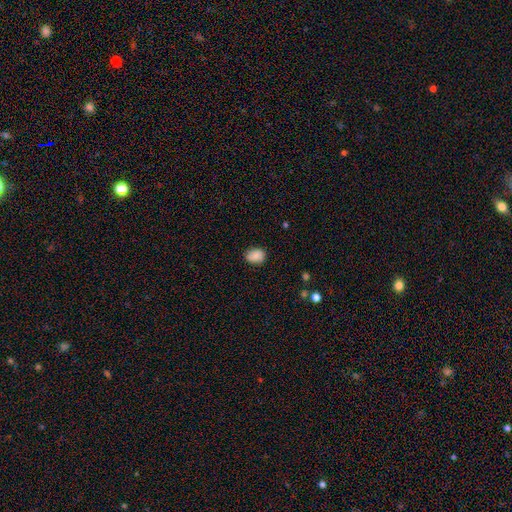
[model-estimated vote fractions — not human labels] The model was most divided on "how rounded": in between: 66%, round: 33%, cigar-shaped: 1%. More confident: smooth or featured — smooth (87%); merging — none (79%).